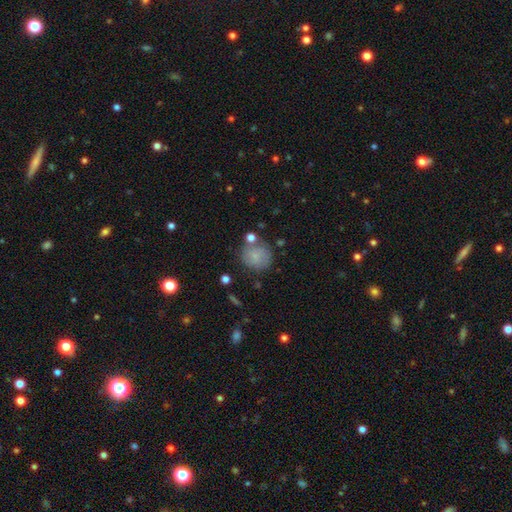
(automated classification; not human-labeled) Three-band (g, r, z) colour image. It shows a smooth galaxy with no disk features (76%) that is round (88%). Merging: none (67%).